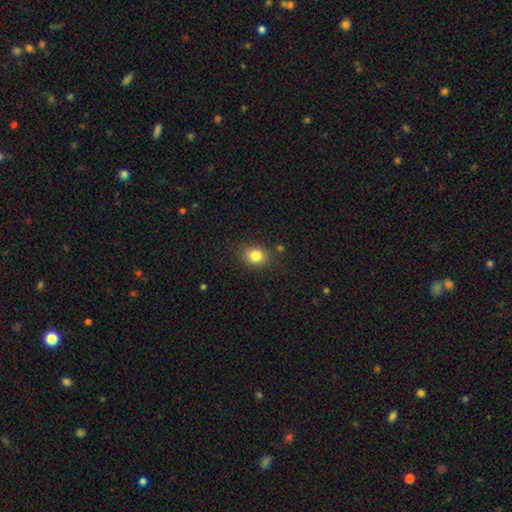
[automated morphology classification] Smooth or featured? Predicted: smooth (p=0.83). How rounded? Predicted: round (p=0.62). Merging? Predicted: none (p=0.83).